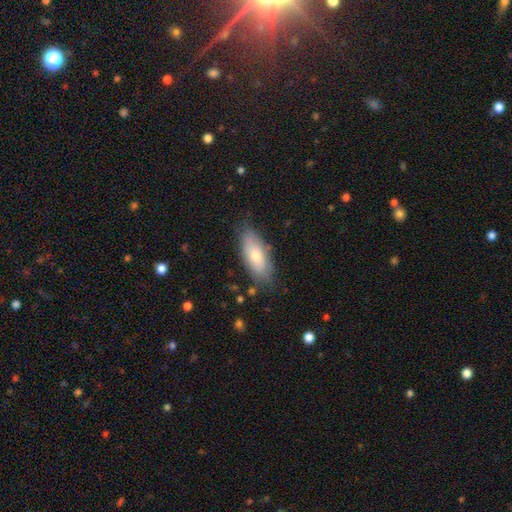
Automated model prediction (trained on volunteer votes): A smooth galaxy with no disk features (69%) that is in between round and cigar-shaped (84%). Merging: none (75%).